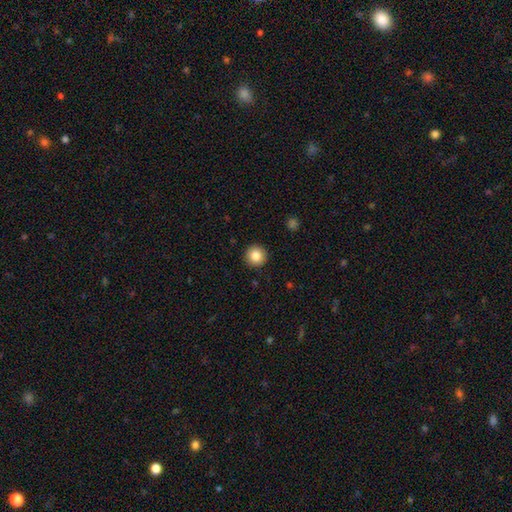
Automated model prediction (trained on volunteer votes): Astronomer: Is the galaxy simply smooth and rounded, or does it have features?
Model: smooth — 84%.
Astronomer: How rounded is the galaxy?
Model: round — 96%.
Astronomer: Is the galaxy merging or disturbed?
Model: none — 93%.